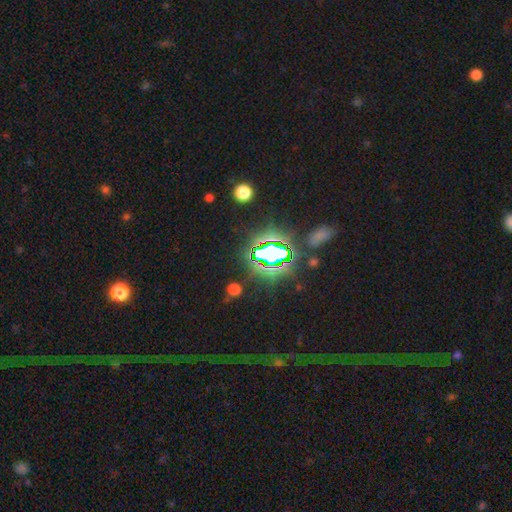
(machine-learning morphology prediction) Smooth or featured?
  - star or artifact: 81% *
  - smooth: 10%
  - featured or disk: 8%